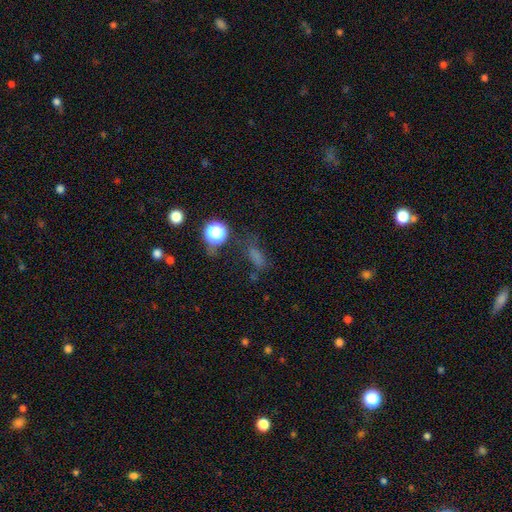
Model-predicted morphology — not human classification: smooth 51%, star or artifact 35%, featured or disk 14%. Down the decision tree: how rounded — in between (56%); merging — none (57%).